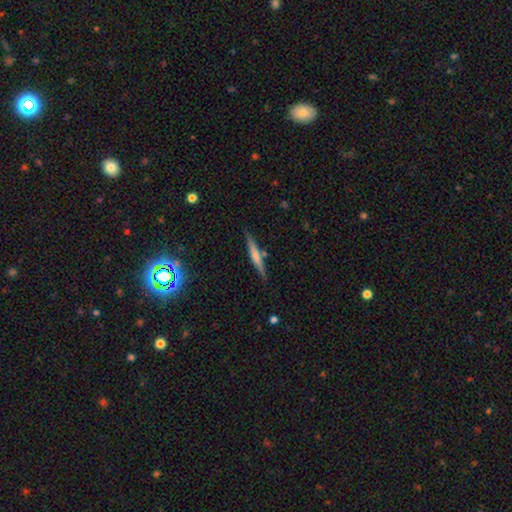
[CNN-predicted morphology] Smooth or featured? Predicted: smooth (p=0.51). How rounded? Predicted: cigar-shaped (p=0.93). Merging? Predicted: none (p=0.82).